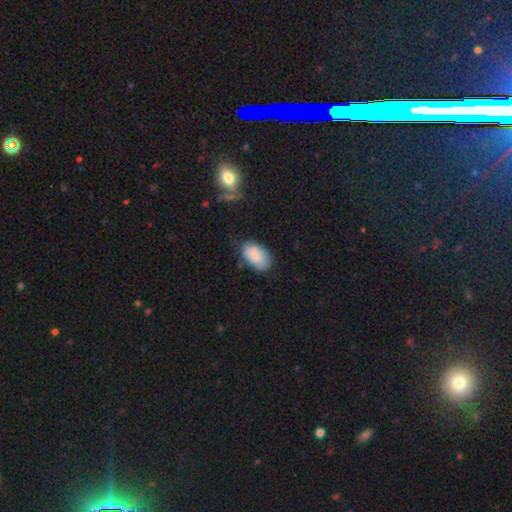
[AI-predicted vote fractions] Smooth or featured?
  - smooth: 84% *
  - featured or disk: 9%
  - star or artifact: 7%
How rounded?
  - in between: 93% *
  - round: 5%
  - cigar-shaped: 1%
Merging?
  - none: 69% *
  - minor disturbance: 23%
  - major disturbance: 5%
  - merger: 3%